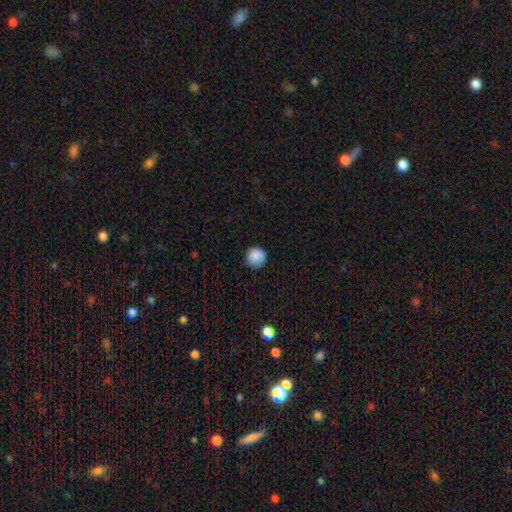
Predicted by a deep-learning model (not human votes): Smooth or featured: smooth — 87% (star or artifact — 9%)
How rounded: round — 91% (in between — 8%)
Merging: none — 85% (minor disturbance — 12%)